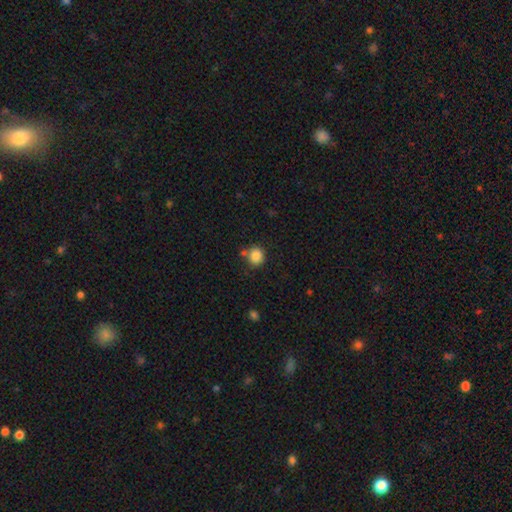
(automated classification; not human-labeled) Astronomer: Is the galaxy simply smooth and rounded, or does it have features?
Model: smooth — 85%.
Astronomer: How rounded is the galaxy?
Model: round — 86%.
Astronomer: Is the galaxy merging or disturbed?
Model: none — 76%.